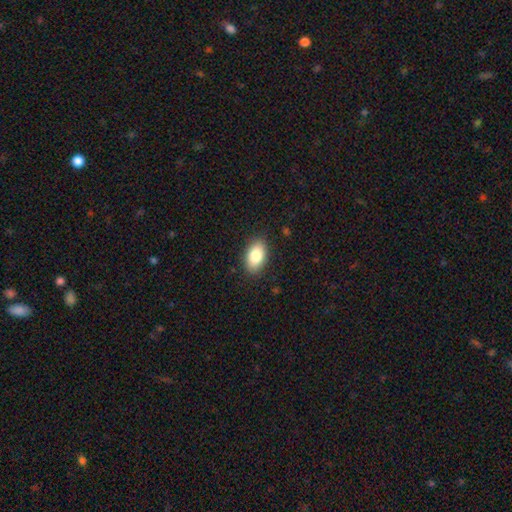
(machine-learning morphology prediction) The model was most divided on "smooth or featured": smooth: 83%, featured or disk: 10%, star or artifact: 7%. More confident: how rounded — in between (91%); merging — none (87%).